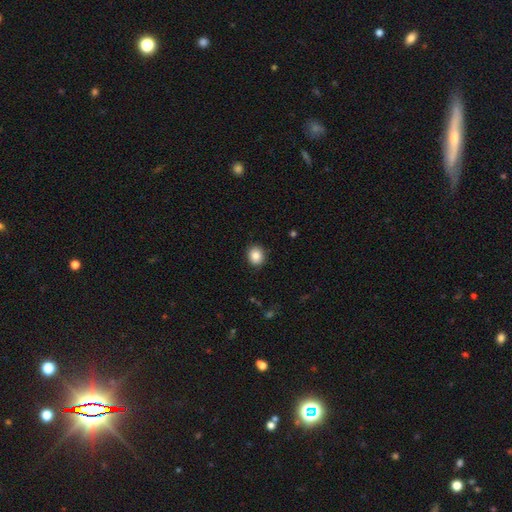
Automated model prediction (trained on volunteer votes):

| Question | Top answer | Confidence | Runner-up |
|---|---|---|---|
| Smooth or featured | smooth | 88% | star or artifact (8%) |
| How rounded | round | 63% | in between (37%) |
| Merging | none | 90% | minor disturbance (7%) |